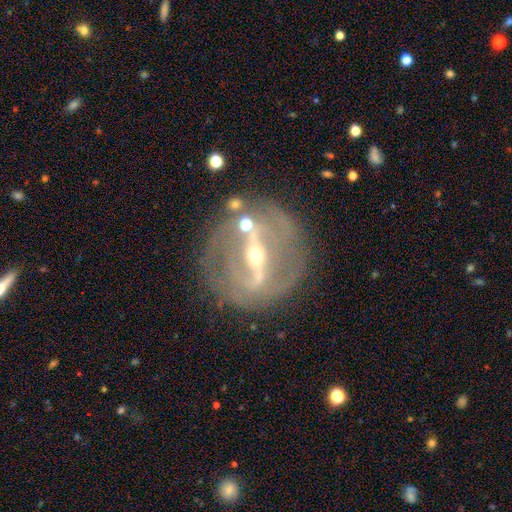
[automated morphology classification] A featured or disk galaxy (83%) with a strong bar (75%), no spiral arms (51%) and a small central bulge (57%). Merging: none (73%).